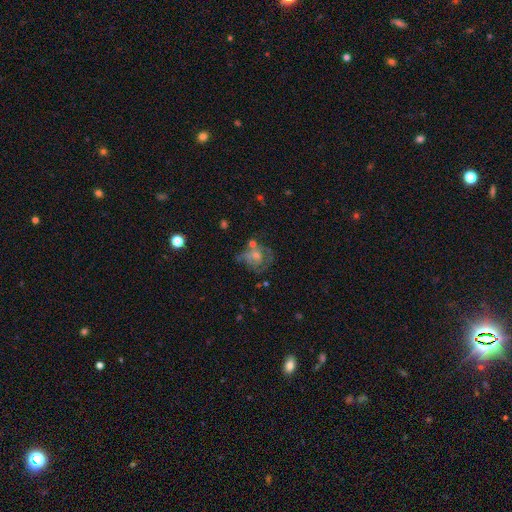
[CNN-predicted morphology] This is likely a featured or disk galaxy (61%). It is clearly not viewed edge-on (97%). Bar: likely no (77%). Spiral arm pattern: likely yes (60%). Central bulge: possibly moderate (51%). Merging: possibly none (45%).